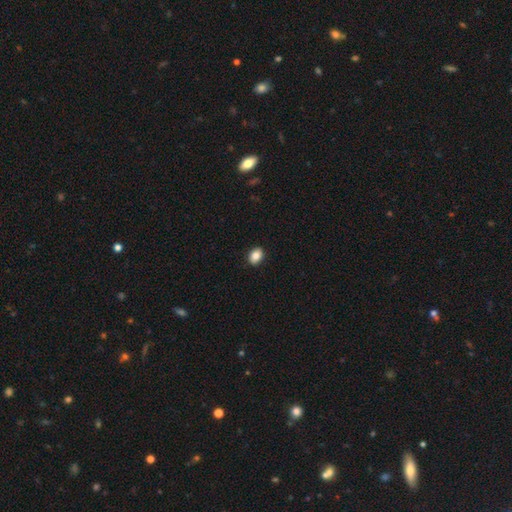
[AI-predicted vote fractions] A smooth galaxy with no disk features (84%) that is in between round and cigar-shaped (73%).

Vote fractions:
- Smooth or featured? smooth: 84% / star or artifact: 8% / featured or disk: 7%
- How rounded? in between: 73% / round: 25% / cigar-shaped: 1%
- Merging? none: 90% / minor disturbance: 8% / major disturbance: 2% / merger: 1%